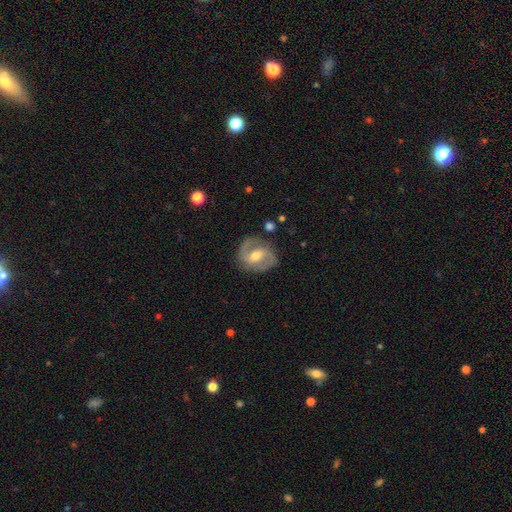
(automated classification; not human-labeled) Smooth or featured? featured or disk (83%)
Edge-on disk? no (97%)
Bar? weak (47%)
Spiral arms? yes (93%)
Spiral winding? medium (52%)
Spiral arm count? 2 (89%)
Bulge size? moderate (67%)
Merging? none (79%)